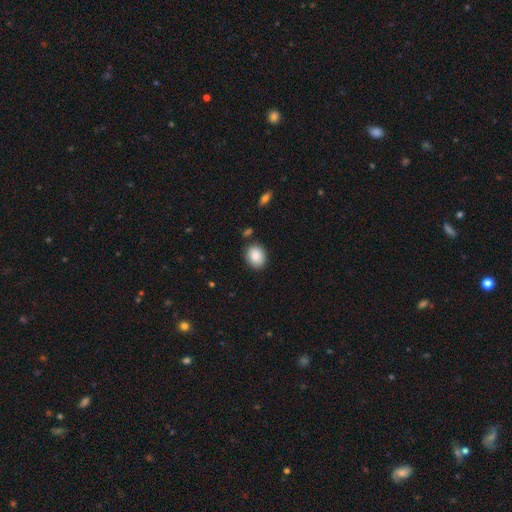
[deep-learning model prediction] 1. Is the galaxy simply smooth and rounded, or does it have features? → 85% smooth, 8% star or artifact, 7% featured or disk.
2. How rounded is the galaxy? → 54% in between, 46% round, 1% cigar-shaped.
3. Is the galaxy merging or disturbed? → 85% none, 10% minor disturbance, 3% merger, 2% major disturbance.